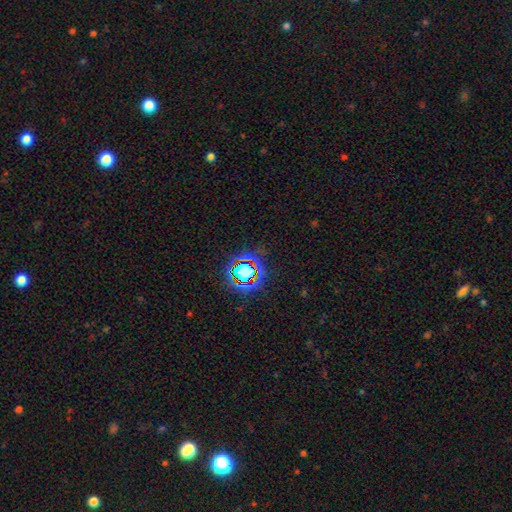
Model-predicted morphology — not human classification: smooth_or_featured: star or artifact (p=0.76) [alt: smooth p=0.14]